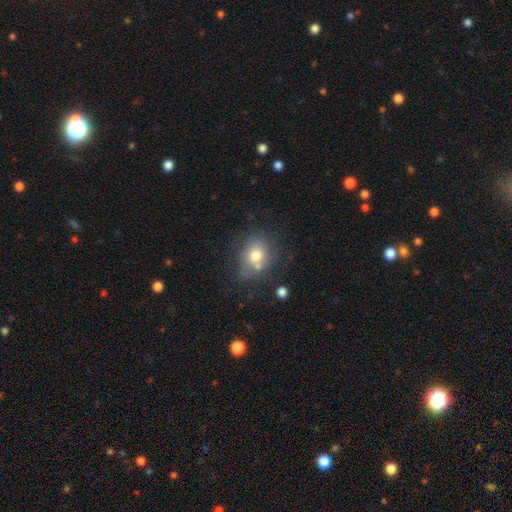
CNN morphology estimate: Smooth or featured? smooth (72%)
How rounded? round (64%)
Merging? none (57%)